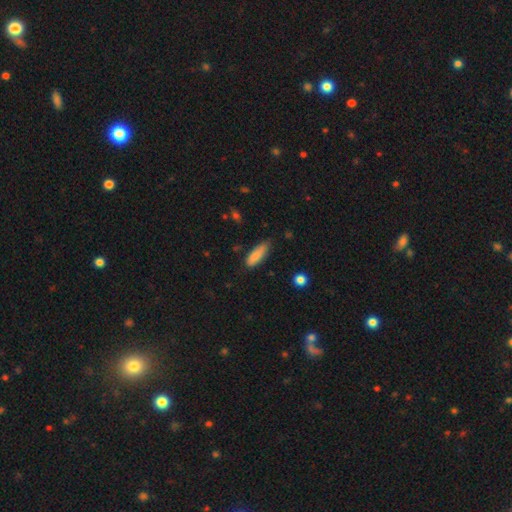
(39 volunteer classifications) smooth-or-featured: smooth: 85% | featured or disk: 8% | star or artifact: 8%
  how-rounded: cigar-shaped: 55% | in between: 45% | round: 0%
  merging: none: 58% | minor disturbance: 33% | major disturbance: 6% | merger: 3%